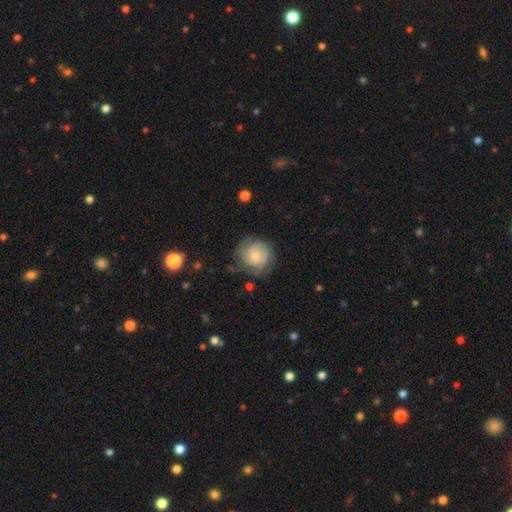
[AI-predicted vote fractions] A featured or disk galaxy (62%) with no bar (75%), tight (61%) spiral arms (90%) and a small central bulge (59%).

Vote fractions:
- Smooth or featured? featured or disk: 62% / smooth: 31% / star or artifact: 7%
- Edge-on disk? no: 98% / yes: 2%
- Bar? no: 75% / weak: 22% / strong: 3%
- Spiral arms? yes: 90% / no: 10%
- Spiral winding? tight: 61% / medium: 30% / loose: 9%
- Spiral arm count? can't tell: 35% / 2: 23% / 3: 23% / 4: 8% / 1: 6% / more than 4: 5%
- Bulge size? small: 59% / moderate: 31% / none: 5% / large: 3% / dominant: 1%
- Merging? none: 69% / minor disturbance: 20% / major disturbance: 9% / merger: 2%